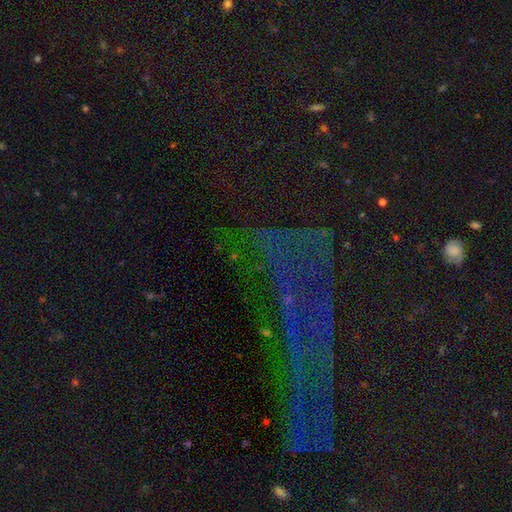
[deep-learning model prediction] Overall: star or artifact (77%).